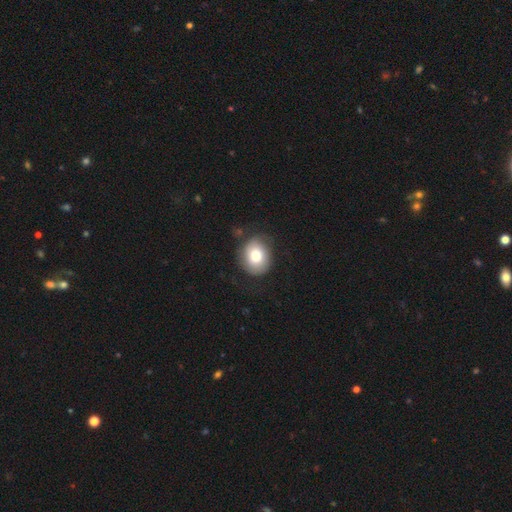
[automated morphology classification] Q: Smooth or featured?
A: smooth (77%); runner-up: featured or disk (15%)
Q: How rounded?
A: round (61%); runner-up: in between (38%)
Q: Merging?
A: none (75%); runner-up: minor disturbance (17%)